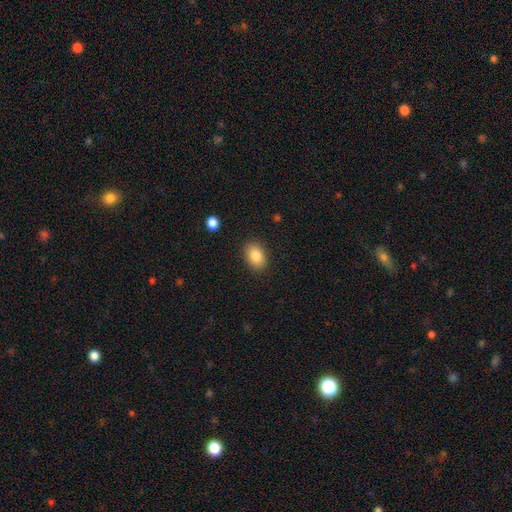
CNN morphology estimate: smooth 85%, star or artifact 8%, featured or disk 7%. Down the decision tree: how rounded — in between (79%); merging — none (87%).